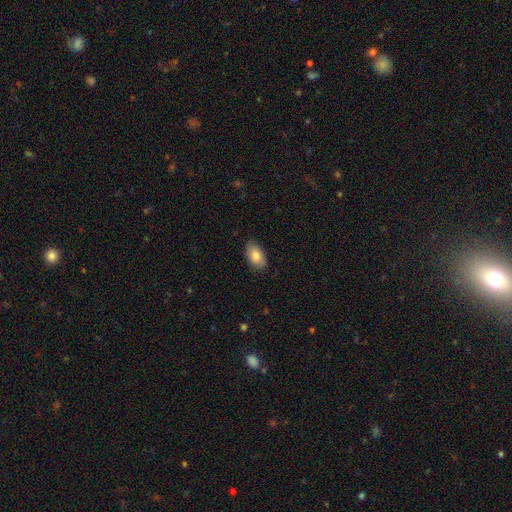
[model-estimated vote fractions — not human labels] This is clearly a smooth galaxy (82%). How rounded: clearly in between (93%). Merging: clearly none (81%).